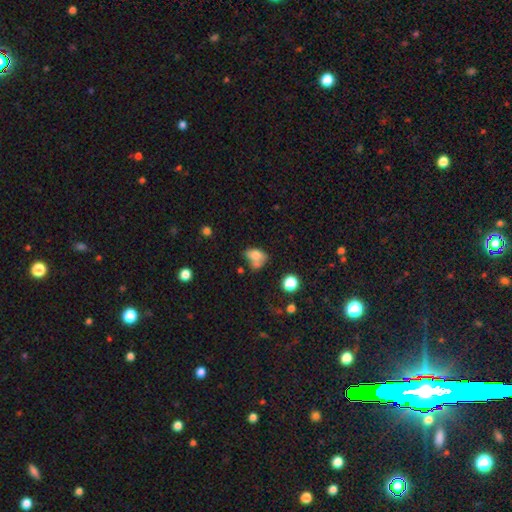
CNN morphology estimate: Smooth or featured? smooth (70%)
How rounded? in between (72%)
Merging? merger (32%)